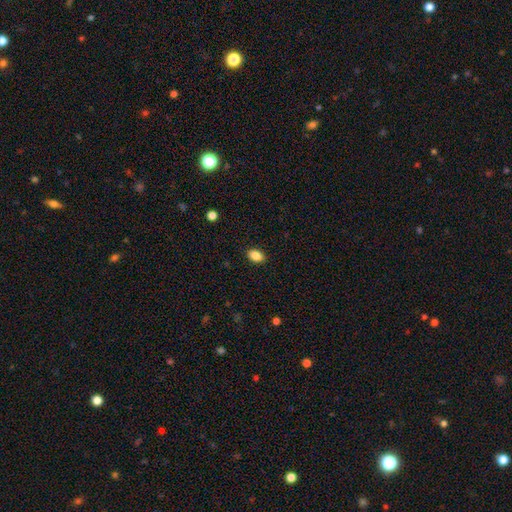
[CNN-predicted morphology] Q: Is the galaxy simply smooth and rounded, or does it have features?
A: smooth — 87%.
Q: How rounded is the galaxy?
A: in between — 83%.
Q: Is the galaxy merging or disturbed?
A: none — 89%.